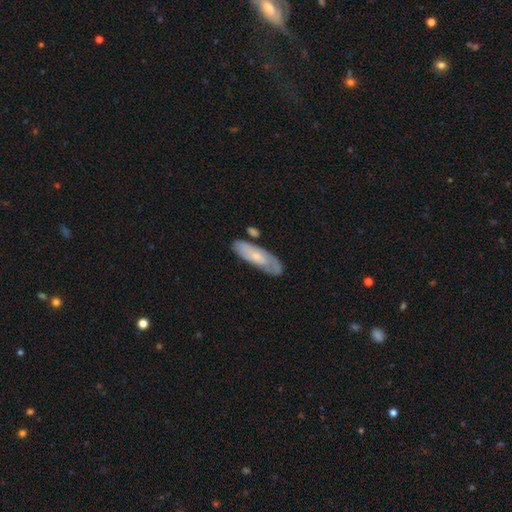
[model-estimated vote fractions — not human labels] smooth_or_featured: smooth (p=0.50) [alt: featured or disk p=0.44]
merging: none (p=0.65) [alt: minor disturbance p=0.21]